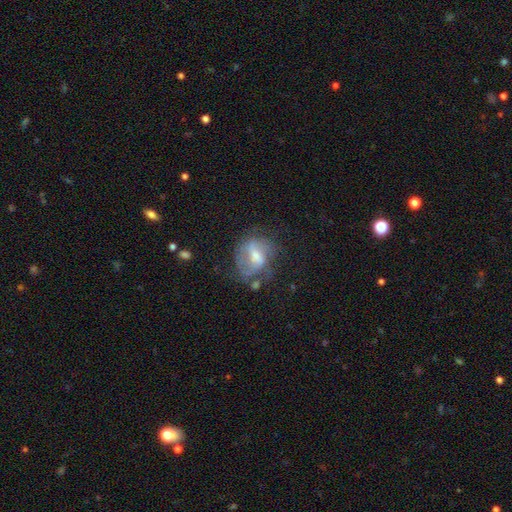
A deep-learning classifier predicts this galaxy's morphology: Smooth or featured?
  - featured or disk: 61% *
  - smooth: 30%
  - star or artifact: 9%
Edge-on disk?
  - no: 96% *
  - yes: 4%
Bar?
  - weak: 51% *
  - strong: 25%
  - no: 24%
Spiral arms?
  - yes: 65% *
  - no: 35%
Bulge size?
  - moderate: 50% *
  - small: 30%
  - none: 9%
  - large: 9%
  - dominant: 1%
Merging?
  - none: 45% *
  - minor disturbance: 26%
  - major disturbance: 24%
  - merger: 6%